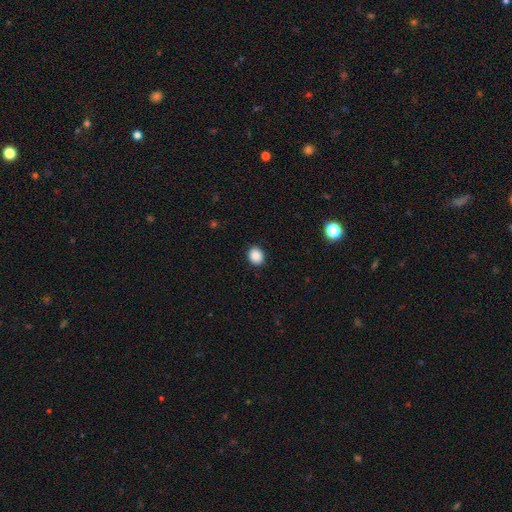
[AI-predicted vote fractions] A smooth galaxy with no disk features (89%) that is round (63%). Merging: none (90%).